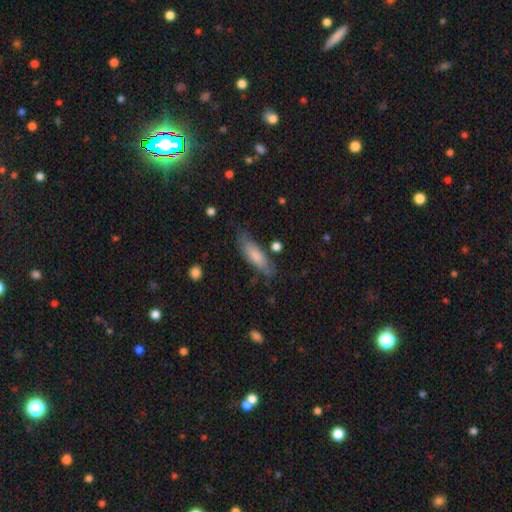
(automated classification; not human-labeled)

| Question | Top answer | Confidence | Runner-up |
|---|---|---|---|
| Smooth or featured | smooth | 77% | featured or disk (18%) |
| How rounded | in between | 54% | cigar-shaped (44%) |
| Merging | none | 71% | minor disturbance (20%) |